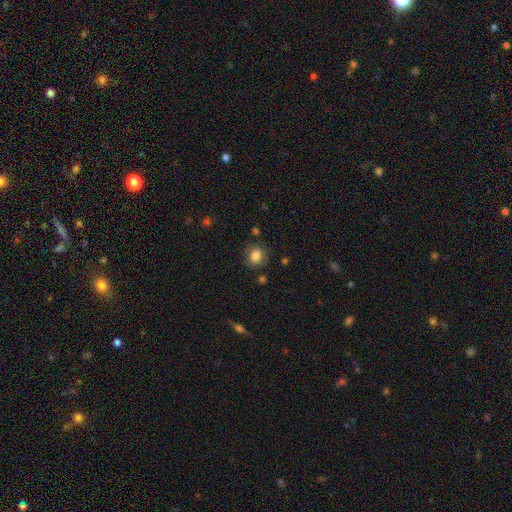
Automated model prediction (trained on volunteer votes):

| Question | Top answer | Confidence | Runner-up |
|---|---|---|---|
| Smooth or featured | smooth | 83% | star or artifact (10%) |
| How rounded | round | 65% | in between (34%) |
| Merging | none | 81% | minor disturbance (13%) |